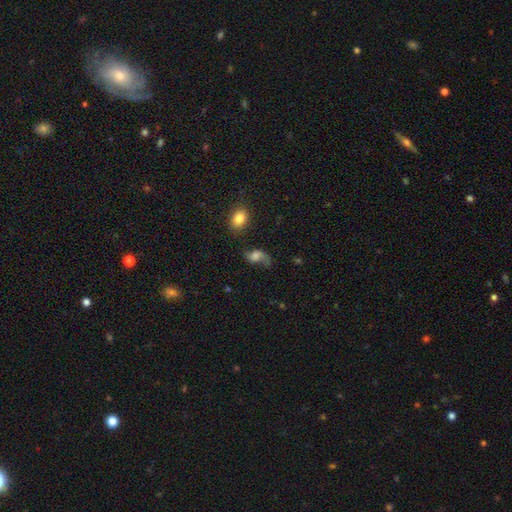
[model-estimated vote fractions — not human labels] This is possibly a featured or disk galaxy (55%). It is clearly not viewed edge-on (95%). Bar: likely no (61%). Spiral arm pattern: clearly yes (88%). Central bulge: marginally moderate (31%). Merging: possibly none (54%).